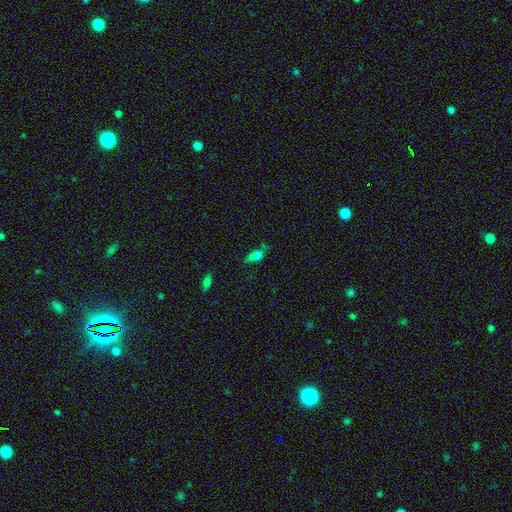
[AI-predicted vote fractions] A smooth galaxy with no disk features (66%) that is in between round and cigar-shaped (70%).

Vote fractions:
- Smooth or featured? smooth: 66% / star or artifact: 21% / featured or disk: 13%
- How rounded? in between: 70% / cigar-shaped: 25% / round: 5%
- Merging? none: 45% / minor disturbance: 29% / major disturbance: 15% / merger: 10%